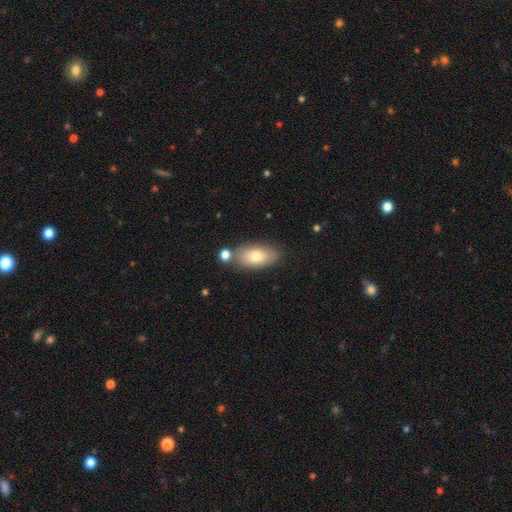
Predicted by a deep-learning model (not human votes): smooth 74%, featured or disk 18%, star or artifact 7%. Down the decision tree: how rounded — in between (89%); merging — none (72%).